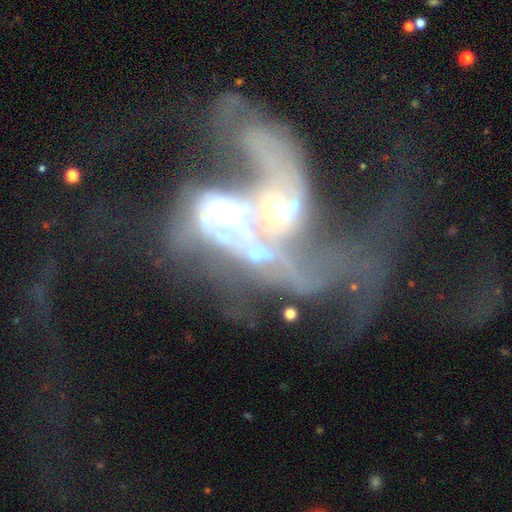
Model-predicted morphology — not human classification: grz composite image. It shows a featured or disk galaxy (76%) with no bar (68%), spiral arms (57%) and a moderate central bulge (51%). Merging: merger (68%).